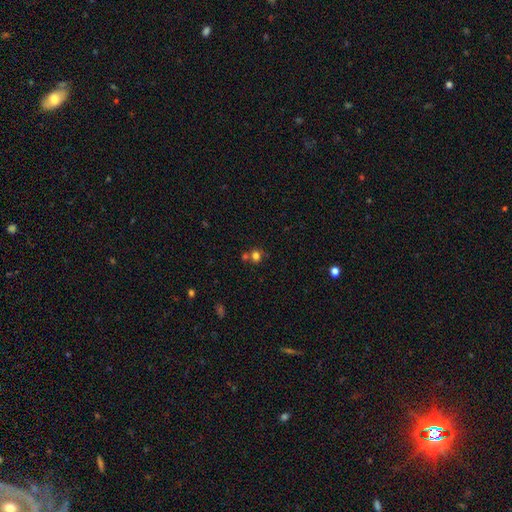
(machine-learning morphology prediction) Smooth or featured: smooth — 74% (star or artifact — 17%)
How rounded: round — 77% (in between — 22%)
Merging: none — 56% (merger — 28%)